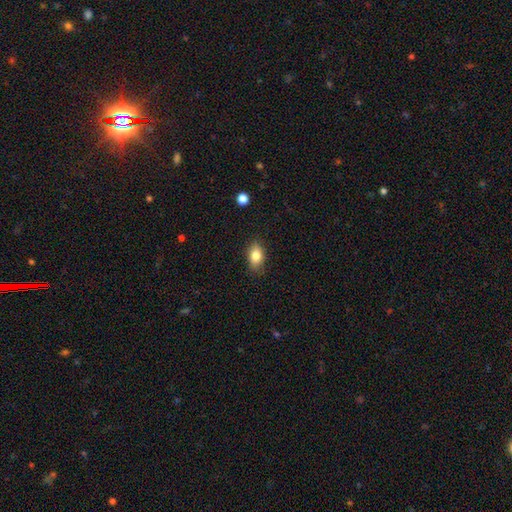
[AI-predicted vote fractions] This is clearly a smooth galaxy (83%). How rounded: clearly in between (85%). Merging: clearly none (84%).